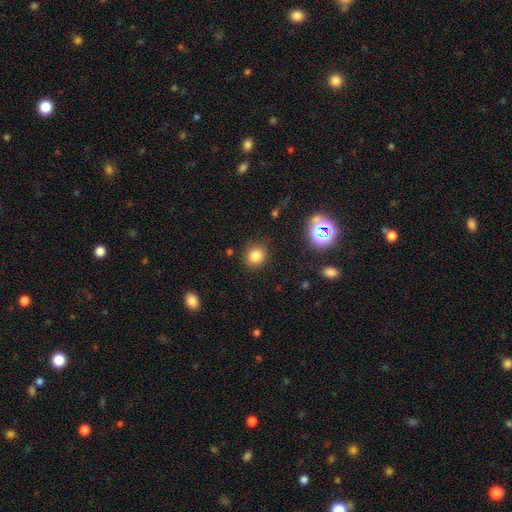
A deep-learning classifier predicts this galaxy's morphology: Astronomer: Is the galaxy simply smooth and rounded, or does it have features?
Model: smooth — 81%.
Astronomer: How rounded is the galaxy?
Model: round — 80%.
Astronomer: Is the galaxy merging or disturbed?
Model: none — 86%.